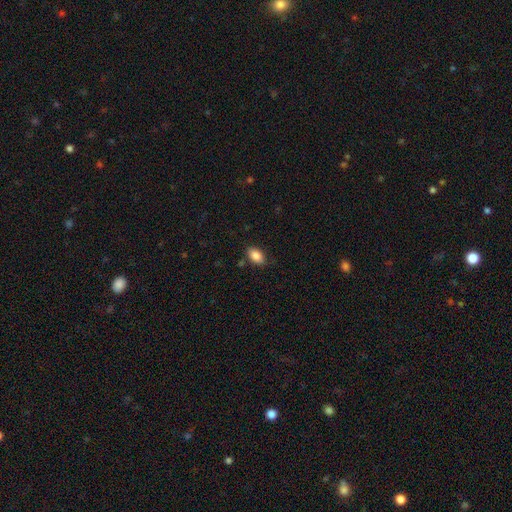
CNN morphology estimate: This is clearly a smooth galaxy (87%). How rounded: clearly in between (90%). Merging: clearly none (81%).